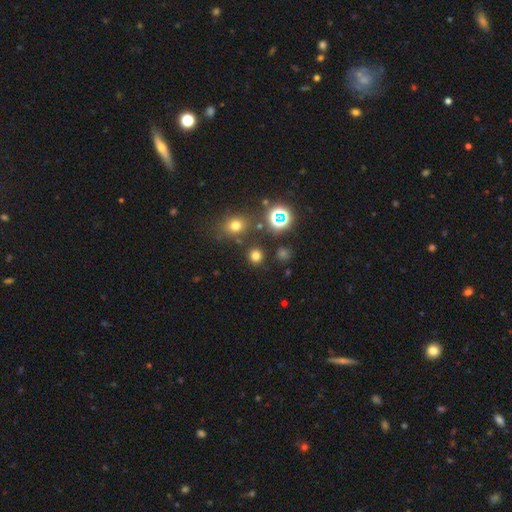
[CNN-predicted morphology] smooth-or-featured: smooth: 69% | star or artifact: 25% | featured or disk: 6%
  how-rounded: round: 88% | in between: 11% | cigar-shaped: 1%
  merging: none: 84% | minor disturbance: 8% | merger: 5% | major disturbance: 3%